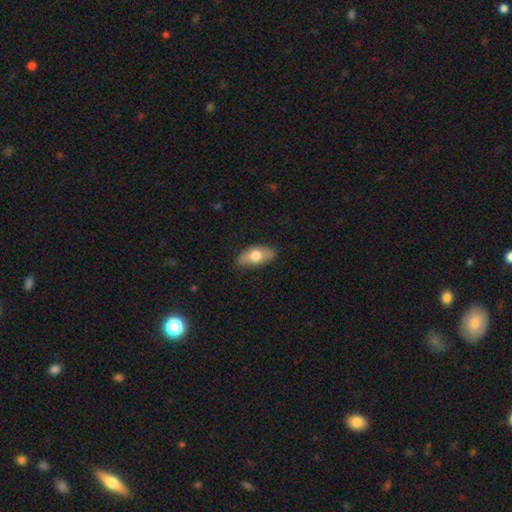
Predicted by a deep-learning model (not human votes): This is likely a smooth galaxy (65%). How rounded: clearly in between (87%). Merging: clearly none (81%).